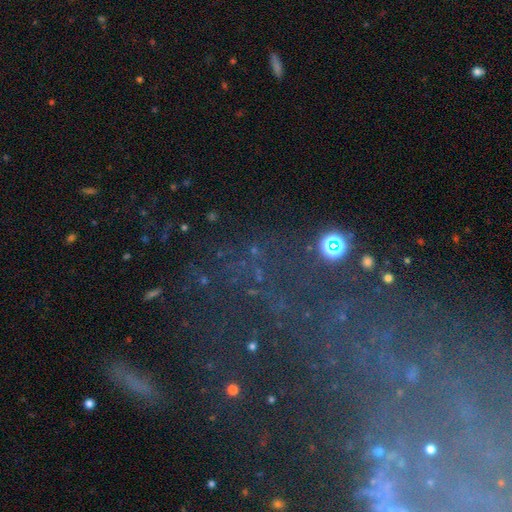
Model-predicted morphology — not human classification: type=star or artifact (61%).